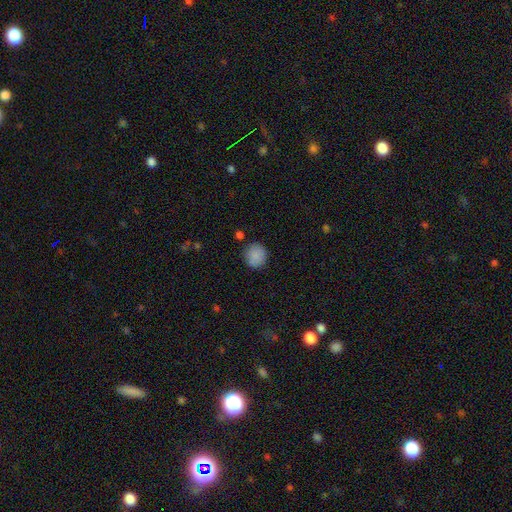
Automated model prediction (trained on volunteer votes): smooth_or_featured: smooth (p=0.88) [alt: star or artifact p=0.08]
how_rounded: round (p=0.88) [alt: in between p=0.11]
merging: none (p=0.84) [alt: minor disturbance p=0.10]